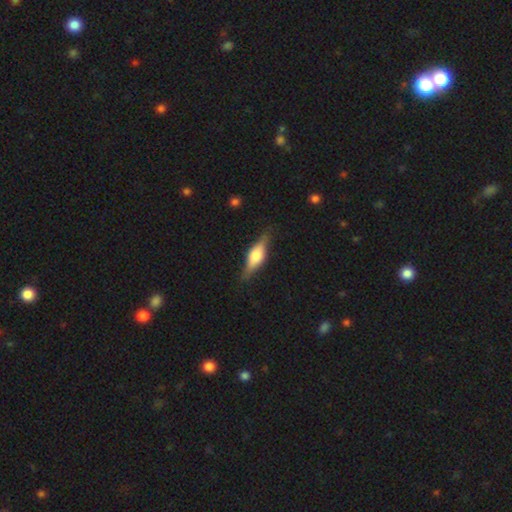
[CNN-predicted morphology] Overall: featured or disk (54%; smooth 39%). Edge-on disk: yes (93%). Edge-on bulge: rounded (80%). Merging: none (81%).